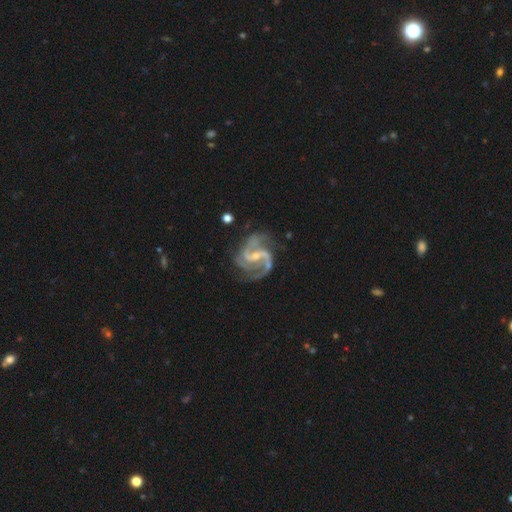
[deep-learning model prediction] Smooth or featured? Predicted: featured or disk (p=0.93). Edge-on disk? Predicted: no (p=0.98). Bar? Predicted: weak (p=0.45). Spiral arms? Predicted: yes (p=0.98). Spiral winding? Predicted: medium (p=0.62). Spiral arm count? Predicted: 2 (p=0.66). Bulge size? Predicted: small (p=0.66). Merging? Predicted: none (p=0.69).